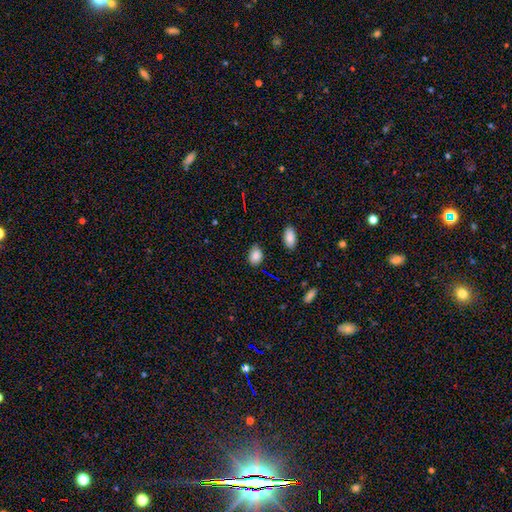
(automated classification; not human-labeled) Smooth or featured? smooth (86%)
How rounded? in between (77%)
Merging? none (79%)